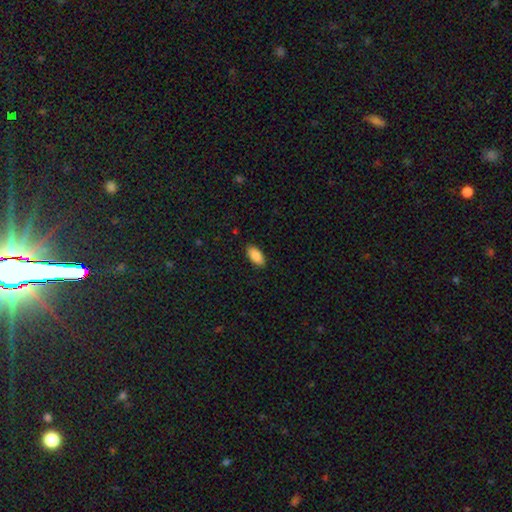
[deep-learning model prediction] Smooth or featured?
  - smooth: 89% *
  - star or artifact: 6%
  - featured or disk: 5%
How rounded?
  - in between: 93% *
  - cigar-shaped: 6%
  - round: 2%
Merging?
  - none: 88% *
  - minor disturbance: 9%
  - major disturbance: 2%
  - merger: 1%